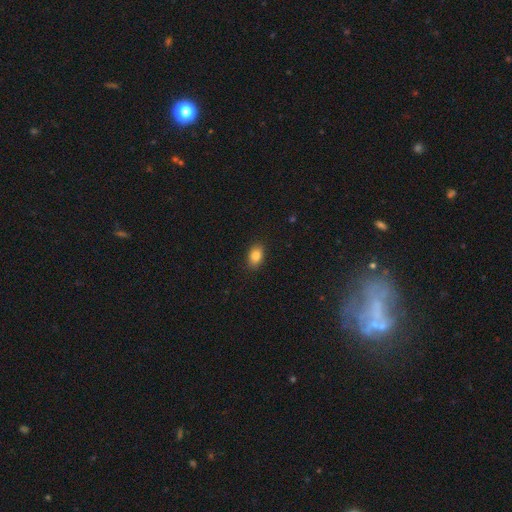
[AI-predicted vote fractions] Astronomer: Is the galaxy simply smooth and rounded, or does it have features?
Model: smooth — 84%.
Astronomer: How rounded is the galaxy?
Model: in between — 83%.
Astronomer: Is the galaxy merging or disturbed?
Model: none — 88%.